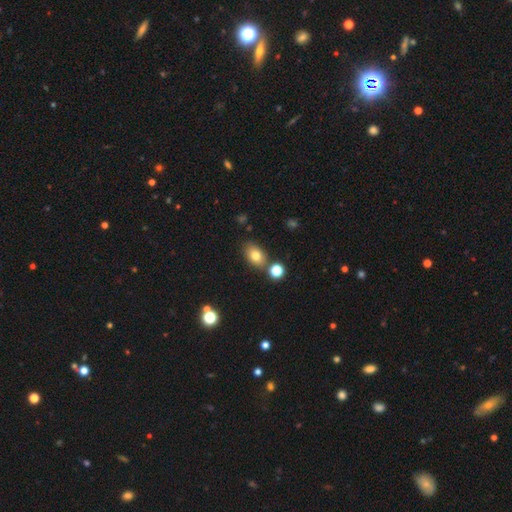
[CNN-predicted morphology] smooth 78%, star or artifact 11%, featured or disk 11%. Down the decision tree: how rounded — in between (80%); merging — none (74%).